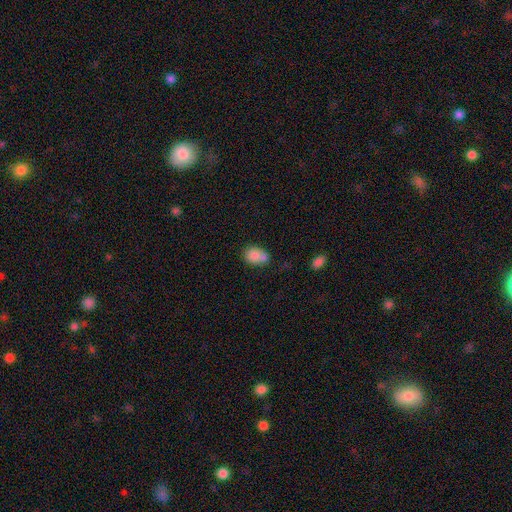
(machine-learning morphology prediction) smooth-or-featured: smooth: 78% | featured or disk: 13% | star or artifact: 9%
  how-rounded: in between: 63% | round: 35% | cigar-shaped: 1%
  merging: none: 42% | merger: 37% | minor disturbance: 16% | major disturbance: 5%